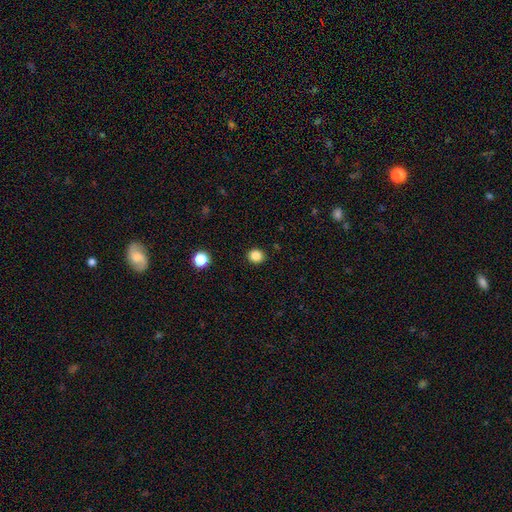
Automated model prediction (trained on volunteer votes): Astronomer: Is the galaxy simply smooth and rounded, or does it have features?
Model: smooth — 85%.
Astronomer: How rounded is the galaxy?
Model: round — 87%.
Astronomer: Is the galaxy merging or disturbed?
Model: none — 91%.